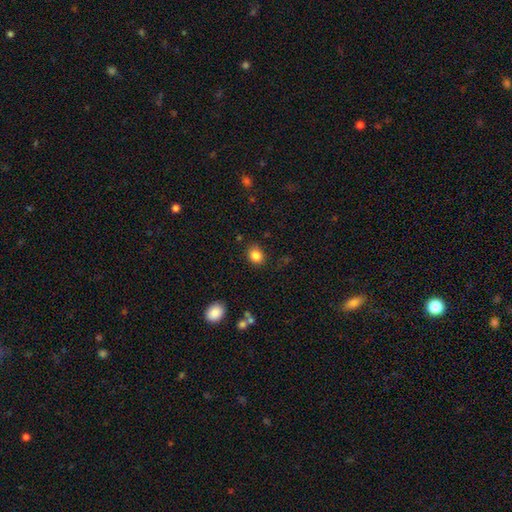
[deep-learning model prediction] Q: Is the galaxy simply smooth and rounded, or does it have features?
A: smooth — 84%.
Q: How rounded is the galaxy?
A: round — 62%.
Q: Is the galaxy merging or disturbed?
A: none — 83%.